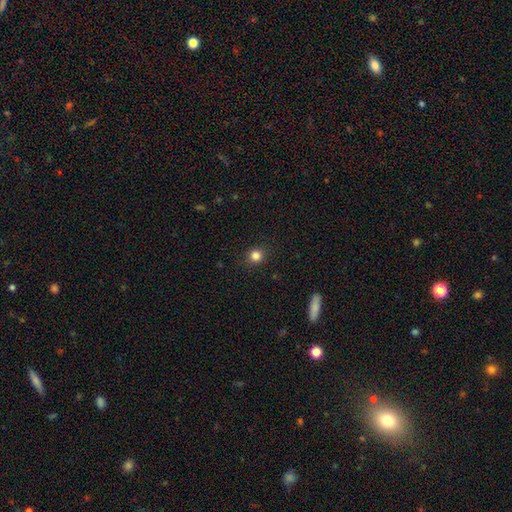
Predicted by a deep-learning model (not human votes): smooth 83%, star or artifact 13%, featured or disk 5%. Down the decision tree: how rounded — round (87%); merging — none (90%).